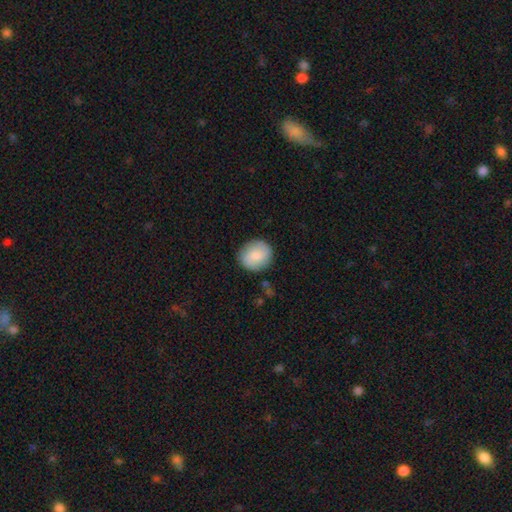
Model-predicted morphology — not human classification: Overall: smooth (80%). How rounded: round (83%). Merging: none (86%).